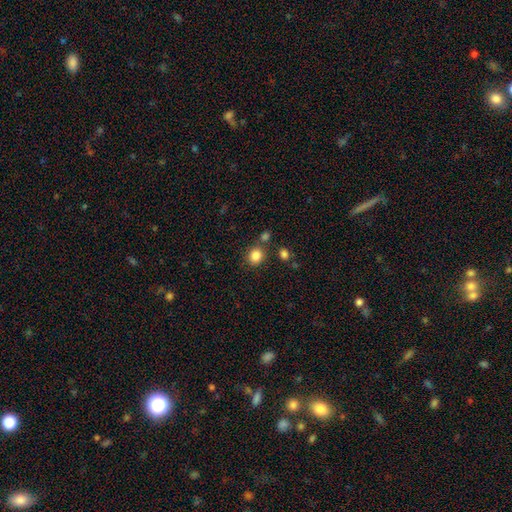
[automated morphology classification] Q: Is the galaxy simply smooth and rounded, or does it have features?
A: smooth — 86%.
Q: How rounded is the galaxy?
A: round — 72%.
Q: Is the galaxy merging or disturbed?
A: none — 76%.